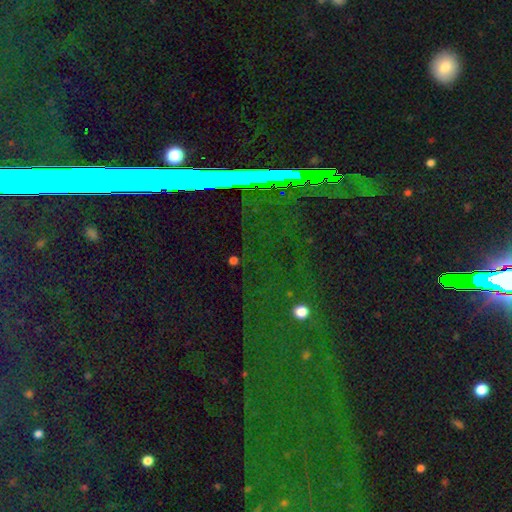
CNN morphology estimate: Smooth or featured?
  - star or artifact: 81% *
  - featured or disk: 10%
  - smooth: 8%